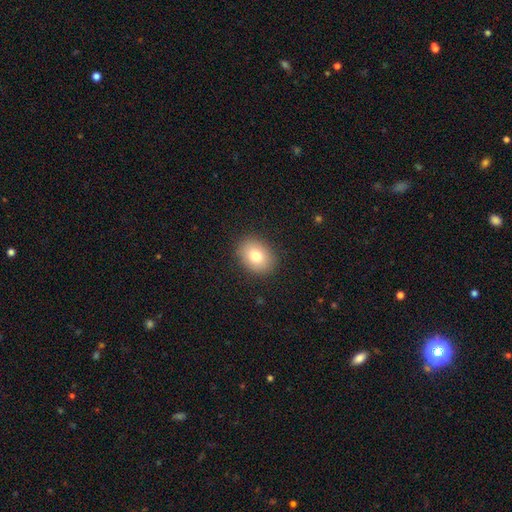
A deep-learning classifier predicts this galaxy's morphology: Q: Smooth or featured?
A: smooth (78%); runner-up: featured or disk (12%)
Q: How rounded?
A: in between (56%); runner-up: round (43%)
Q: Merging?
A: none (88%); runner-up: minor disturbance (8%)